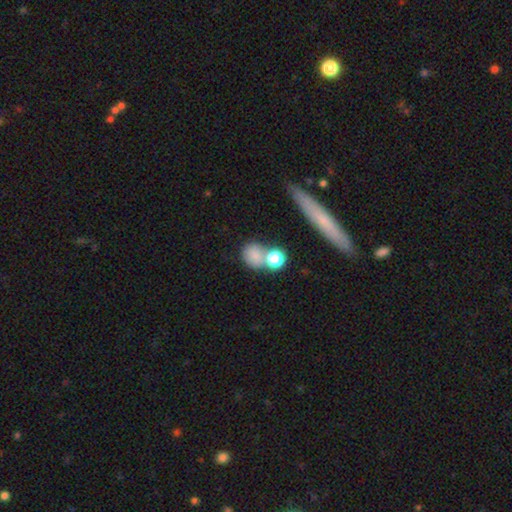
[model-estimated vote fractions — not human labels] The model was most divided on "merging": none: 50%, merger: 31%, minor disturbance: 12%, major disturbance: 6%. More confident: smooth or featured — smooth (76%); how rounded — round (72%).